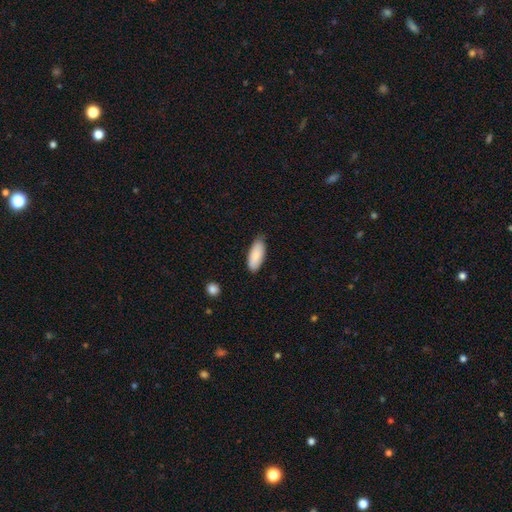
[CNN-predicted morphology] Smooth or featured?
  - smooth: 89% *
  - featured or disk: 6%
  - star or artifact: 6%
How rounded?
  - in between: 82% *
  - cigar-shaped: 16%
  - round: 2%
Merging?
  - none: 81% *
  - minor disturbance: 16%
  - major disturbance: 2%
  - merger: 1%